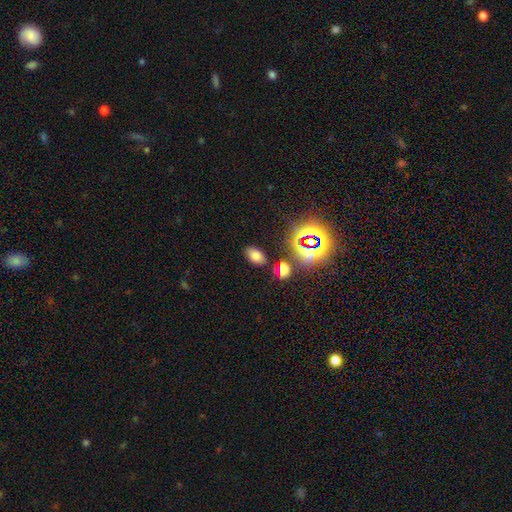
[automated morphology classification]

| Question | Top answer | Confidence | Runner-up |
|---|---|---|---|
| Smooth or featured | smooth | 69% | star or artifact (24%) |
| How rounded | in between | 89% | round (9%) |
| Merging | none | 83% | minor disturbance (10%) |